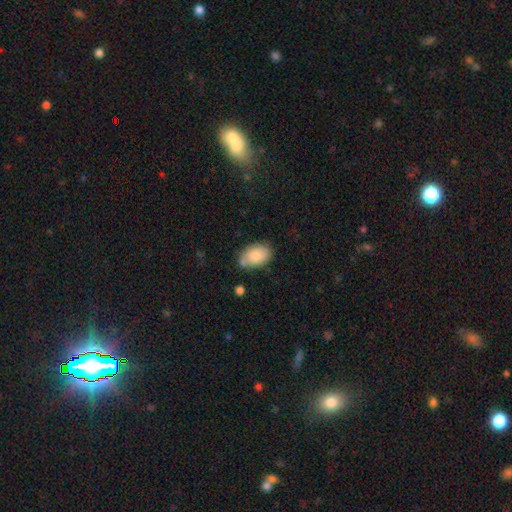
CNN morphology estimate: This appears to be a smooth galaxy with no disk features (83%) that is in between round and cigar-shaped (88%). Merging: none (67%).